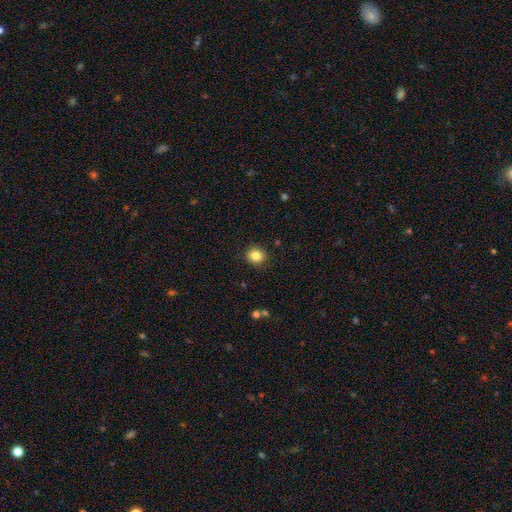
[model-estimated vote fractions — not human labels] The model was most divided on "how rounded": round: 85%, in between: 14%, cigar-shaped: 1%. More confident: merging — none (90%); smooth or featured — smooth (84%).